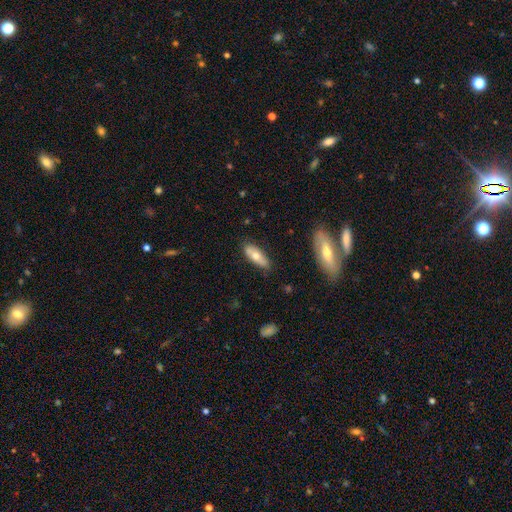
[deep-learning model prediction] This appears to be a smooth galaxy with no disk features (61%) that is in between round and cigar-shaped (63%). Merging: none (82%).